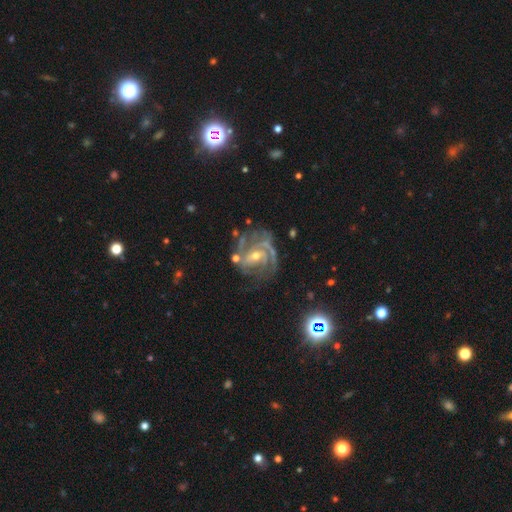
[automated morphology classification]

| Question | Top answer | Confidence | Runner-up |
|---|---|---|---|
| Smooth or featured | featured or disk | 89% | star or artifact (7%) |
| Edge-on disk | no | 98% | yes (2%) |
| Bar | no | 42% | weak (41%) |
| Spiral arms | yes | 96% | no (4%) |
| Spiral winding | tight | 51% | medium (41%) |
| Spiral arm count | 2 | 37% | 3 (27%) |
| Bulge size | moderate | 48% | tied: small (48%) |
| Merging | none | 60% | minor disturbance (21%) |